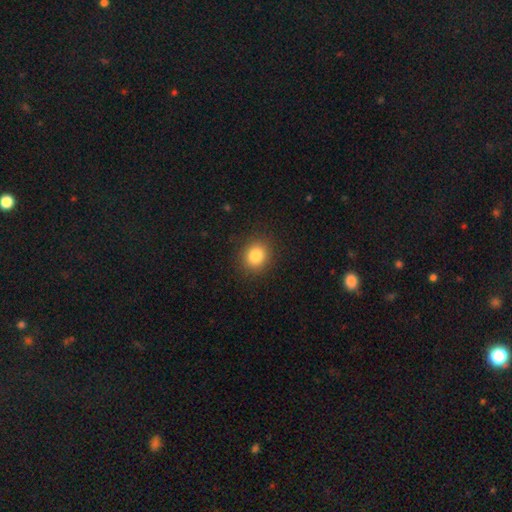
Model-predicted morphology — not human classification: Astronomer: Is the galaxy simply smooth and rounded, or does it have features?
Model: smooth — 83%.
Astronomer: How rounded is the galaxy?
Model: round — 75%.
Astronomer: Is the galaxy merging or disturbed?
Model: none — 90%.